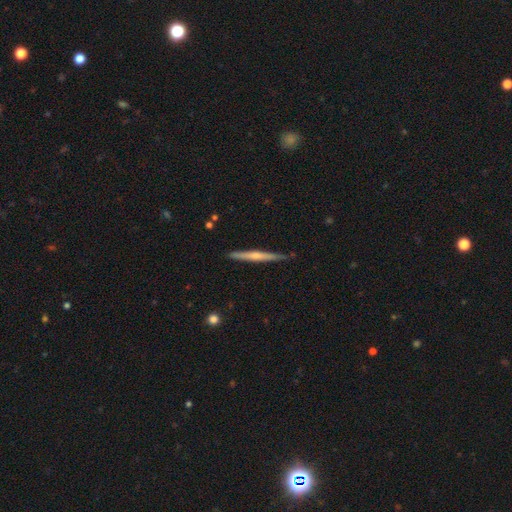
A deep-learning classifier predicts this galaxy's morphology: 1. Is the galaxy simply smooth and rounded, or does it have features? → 57% featured or disk, 38% smooth, 5% star or artifact.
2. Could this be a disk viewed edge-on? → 97% yes, 3% no.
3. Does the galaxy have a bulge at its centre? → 48% rounded, 43% none, 9% boxy.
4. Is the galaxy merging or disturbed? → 85% none, 12% minor disturbance, 2% major disturbance, 1% merger.